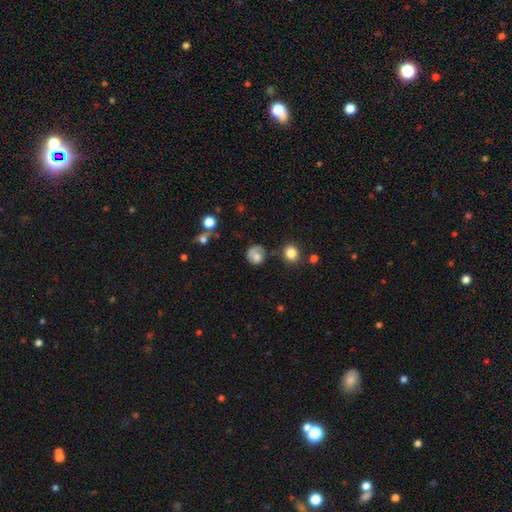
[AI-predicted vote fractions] Smooth or featured? smooth (65%)
How rounded? round (76%)
Merging? none (48%)